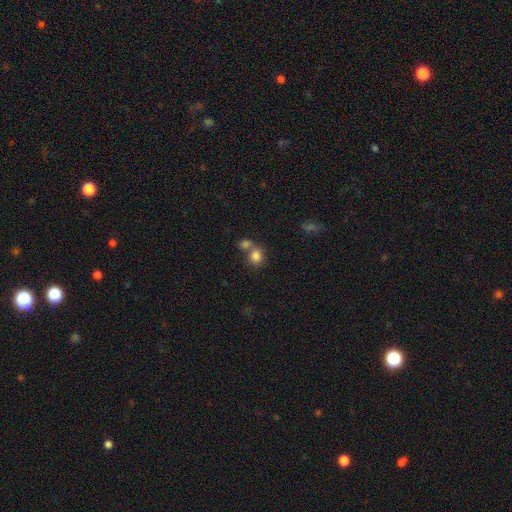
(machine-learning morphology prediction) smooth-or-featured: smooth: 82% | star or artifact: 10% | featured or disk: 8%
  how-rounded: round: 71% | in between: 28% | cigar-shaped: 1%
  merging: none: 45% | merger: 44% | minor disturbance: 8% | major disturbance: 3%